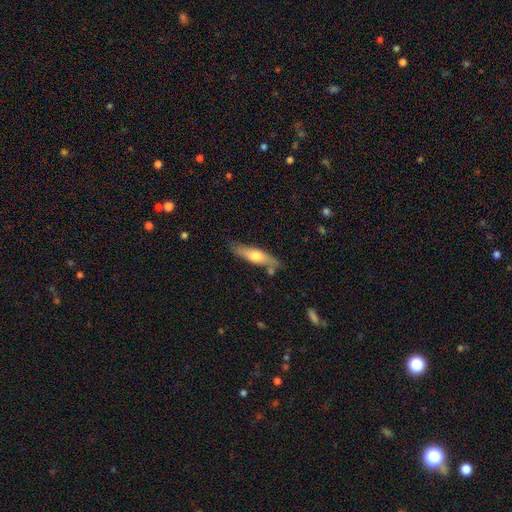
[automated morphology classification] The model was most divided on "smooth or featured": smooth: 56%, featured or disk: 39%, star or artifact: 5%. More confident: merging — none (74%); how rounded — cigar-shaped (66%).